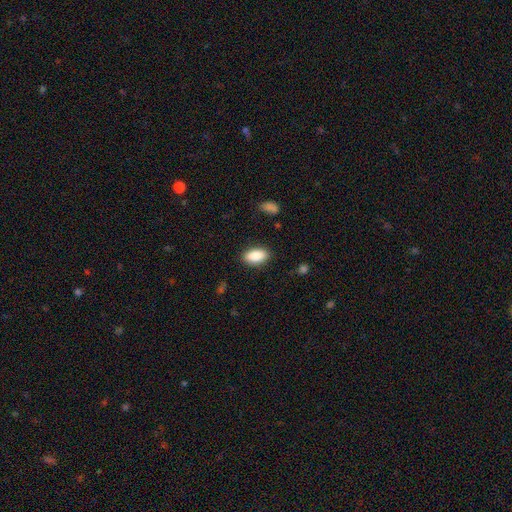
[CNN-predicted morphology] A smooth galaxy with no disk features (88%) that is in between round and cigar-shaped (93%).

Vote fractions:
- Smooth or featured? smooth: 88% / star or artifact: 7% / featured or disk: 5%
- How rounded? in between: 93% / round: 4% / cigar-shaped: 3%
- Merging? none: 87% / minor disturbance: 9% / major disturbance: 3% / merger: 1%